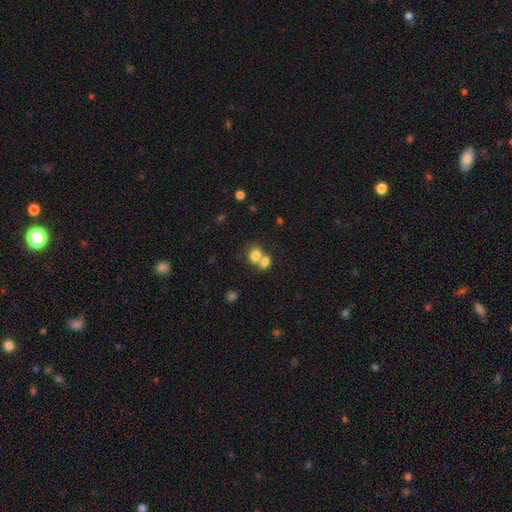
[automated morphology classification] type=smooth (78%); roundness=round (53%); merging=merger (61%).